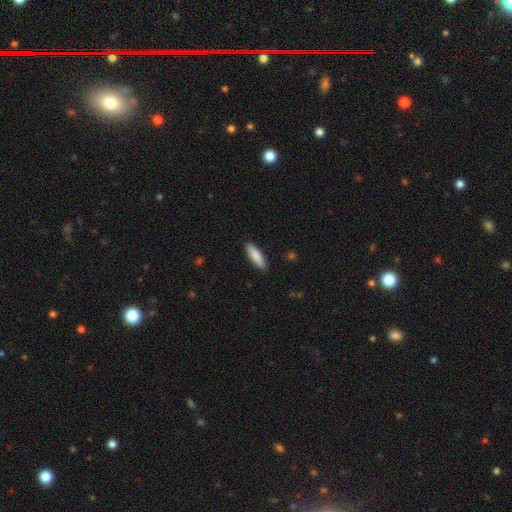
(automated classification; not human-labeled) A smooth galaxy with no disk features (86%) that is cigar-shaped (58%).

Vote fractions:
- Smooth or featured? smooth: 86% / featured or disk: 8% / star or artifact: 5%
- How rounded? cigar-shaped: 58% / in between: 40% / round: 2%
- Merging? none: 90% / minor disturbance: 8% / major disturbance: 2% / merger: 1%